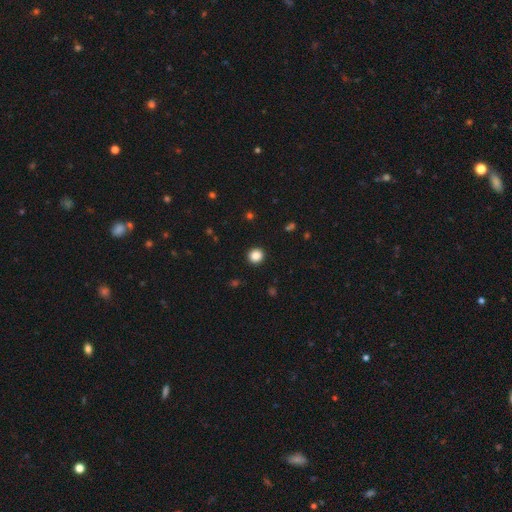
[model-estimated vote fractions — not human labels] Smooth or featured? smooth (86%)
How rounded? round (93%)
Merging? none (93%)